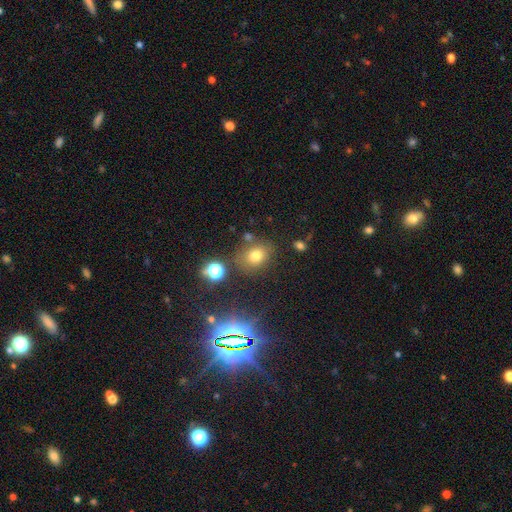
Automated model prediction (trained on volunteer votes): A smooth galaxy with no disk features (71%) that is round (53%).

Vote fractions:
- Smooth or featured? smooth: 71% / star or artifact: 19% / featured or disk: 10%
- How rounded? round: 53% / in between: 46% / cigar-shaped: 1%
- Merging? none: 74% / minor disturbance: 14% / merger: 8% / major disturbance: 5%